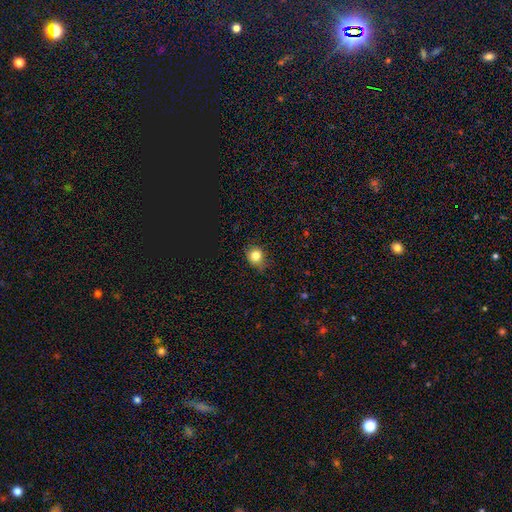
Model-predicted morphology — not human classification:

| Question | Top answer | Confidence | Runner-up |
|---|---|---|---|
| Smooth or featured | smooth | 80% | star or artifact (13%) |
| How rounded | round | 74% | in between (25%) |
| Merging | none | 76% | minor disturbance (19%) |